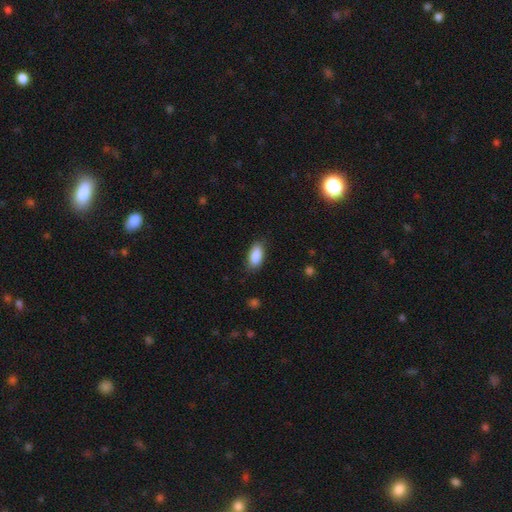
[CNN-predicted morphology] Smooth or featured? Predicted: smooth (p=0.89). How rounded? Predicted: in between (p=0.90). Merging? Predicted: none (p=0.83).